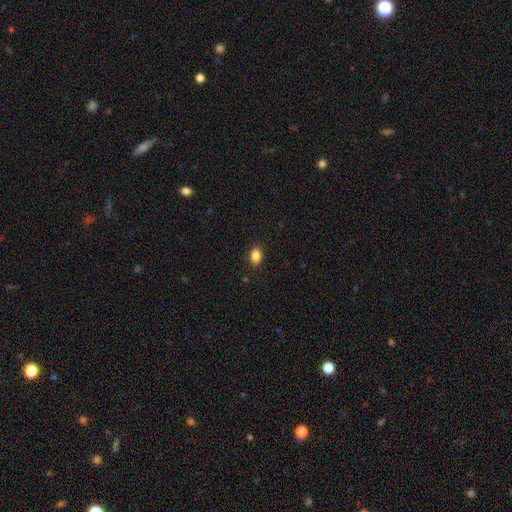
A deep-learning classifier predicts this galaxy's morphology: Smooth or featured: smooth — 86% (star or artifact — 9%)
How rounded: in between — 82% (round — 16%)
Merging: none — 88% (minor disturbance — 9%)